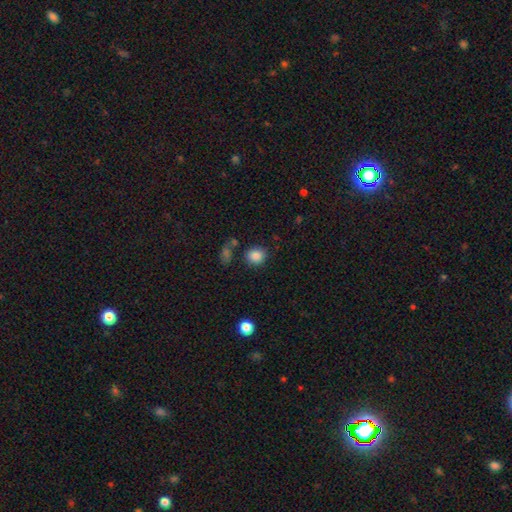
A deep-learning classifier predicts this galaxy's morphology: smooth 85%, star or artifact 10%, featured or disk 5%. Down the decision tree: how rounded — round (77%); merging — none (80%).